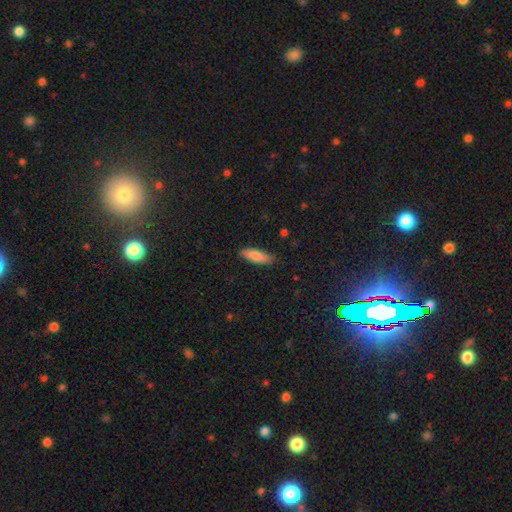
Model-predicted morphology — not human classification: A smooth galaxy with no disk features (83%) that is in between round and cigar-shaped (50%).

Vote fractions:
- Smooth or featured? smooth: 83% / featured or disk: 11% / star or artifact: 6%
- How rounded? in between: 50% / cigar-shaped: 48% / round: 2%
- Merging? none: 82% / minor disturbance: 14% / major disturbance: 3% / merger: 1%